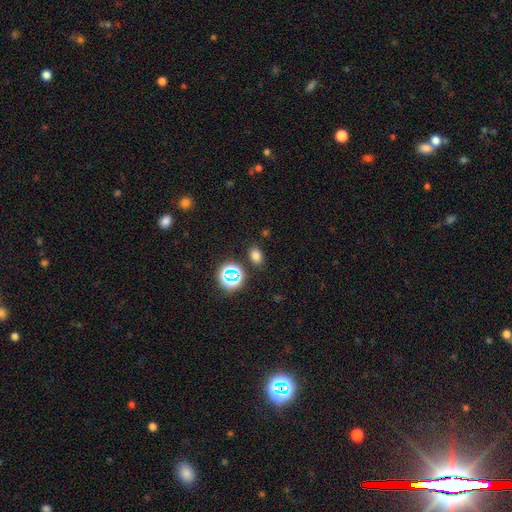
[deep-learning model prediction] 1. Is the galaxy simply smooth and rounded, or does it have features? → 72% smooth, 23% star or artifact, 6% featured or disk.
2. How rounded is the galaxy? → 72% in between, 27% round, 1% cigar-shaped.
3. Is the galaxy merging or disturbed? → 84% none, 9% minor disturbance, 4% merger, 3% major disturbance.